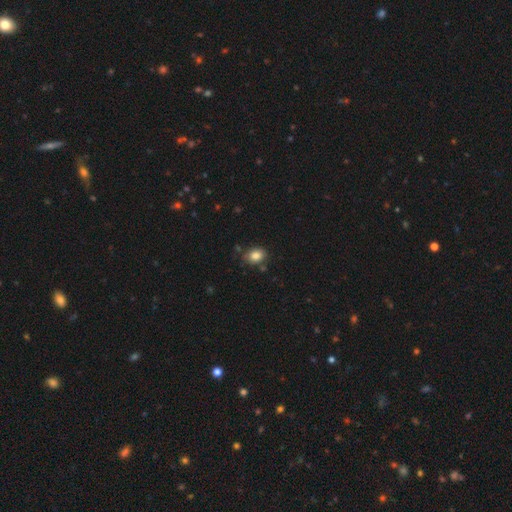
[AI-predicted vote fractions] smooth-or-featured: smooth: 84% | star or artifact: 10% | featured or disk: 7%
  how-rounded: in between: 61% | round: 38% | cigar-shaped: 1%
  merging: none: 76% | minor disturbance: 15% | merger: 5% | major disturbance: 4%